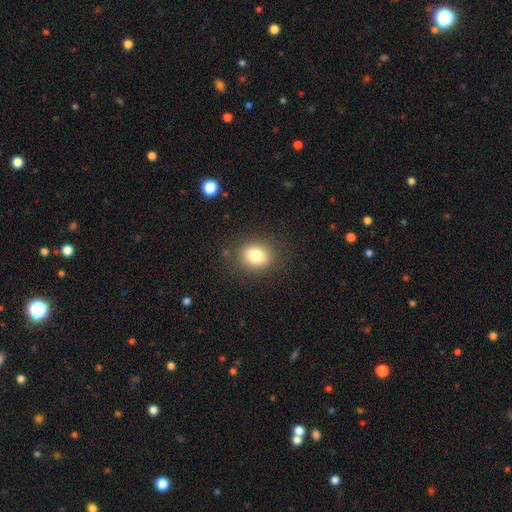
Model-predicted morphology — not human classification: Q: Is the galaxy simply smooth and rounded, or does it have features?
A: smooth — 80%.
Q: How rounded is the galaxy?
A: round — 54%.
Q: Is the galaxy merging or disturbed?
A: none — 85%.